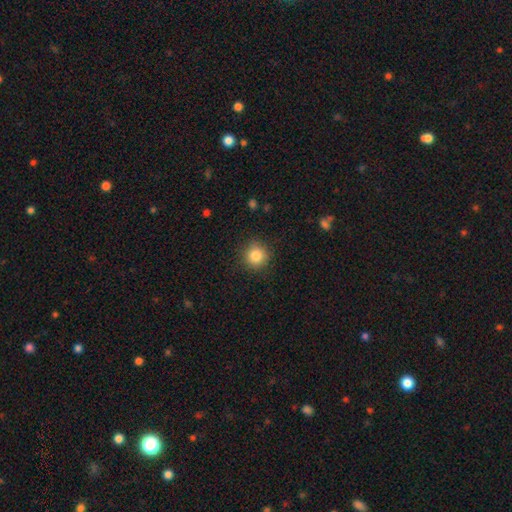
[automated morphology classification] smooth_or_featured: smooth (p=0.84) [alt: star or artifact p=0.11]
how_rounded: round (p=0.93) [alt: in between p=0.06]
merging: none (p=0.88) [alt: minor disturbance p=0.08]